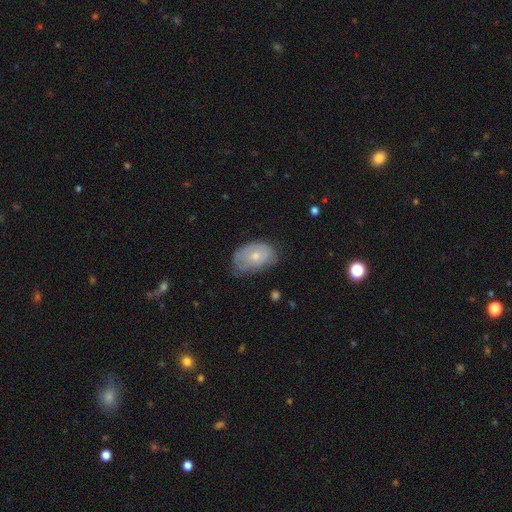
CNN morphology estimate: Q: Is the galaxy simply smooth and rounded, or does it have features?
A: smooth — 47%.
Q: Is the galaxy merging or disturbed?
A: none — 59%.